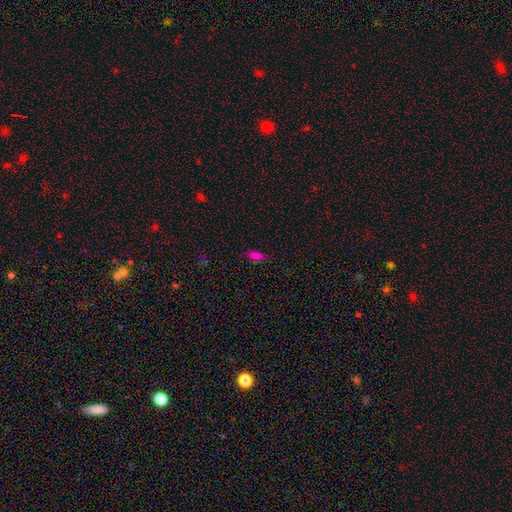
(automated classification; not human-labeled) smooth-or-featured: smooth: 72% | star or artifact: 16% | featured or disk: 11%
  how-rounded: in between: 78% | cigar-shaped: 18% | round: 4%
  merging: none: 82% | minor disturbance: 13% | major disturbance: 3% | merger: 1%